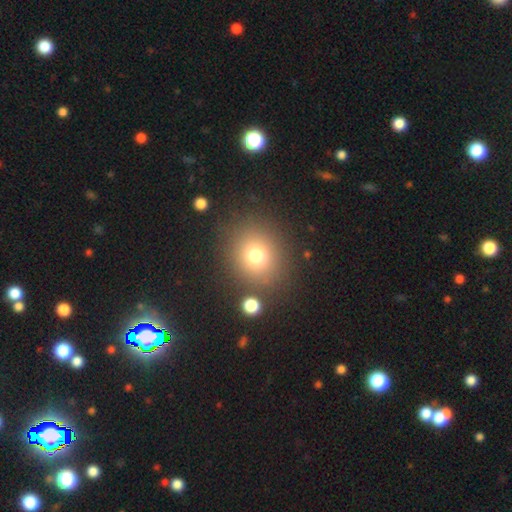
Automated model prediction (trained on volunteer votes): This is likely a smooth galaxy (73%). How rounded: clearly round (80%). Merging: clearly none (82%).